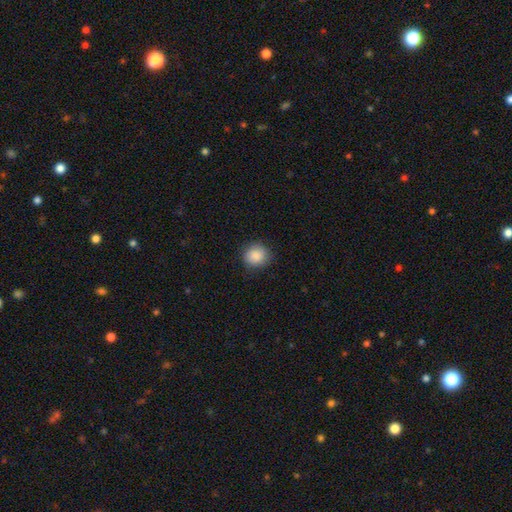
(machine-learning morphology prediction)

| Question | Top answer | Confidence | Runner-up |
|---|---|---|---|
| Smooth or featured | smooth | 88% | star or artifact (8%) |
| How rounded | round | 84% | in between (15%) |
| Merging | none | 84% | minor disturbance (12%) |